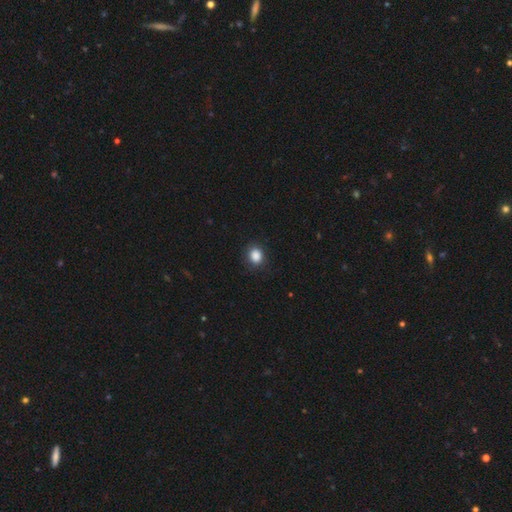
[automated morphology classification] This appears to be a smooth galaxy with no disk features (87%) that is round (64%). Merging: none (84%).